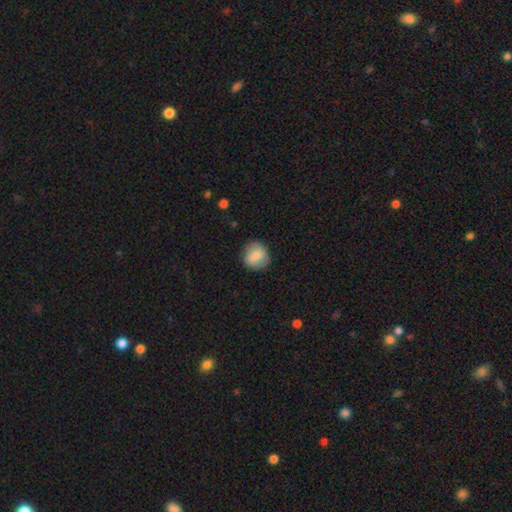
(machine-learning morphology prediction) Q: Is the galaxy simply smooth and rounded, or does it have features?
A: smooth — 76%.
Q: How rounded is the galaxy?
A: round — 87%.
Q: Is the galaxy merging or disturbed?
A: none — 84%.